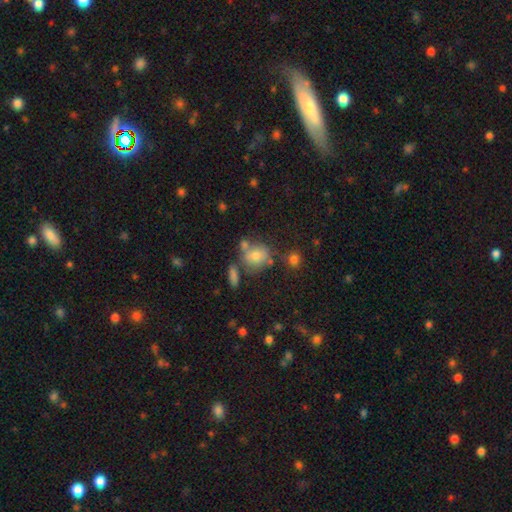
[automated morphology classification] Q: Smooth or featured?
A: smooth (68%); runner-up: featured or disk (17%)
Q: How rounded?
A: round (65%); runner-up: in between (33%)
Q: Merging?
A: none (59%); runner-up: merger (17%)